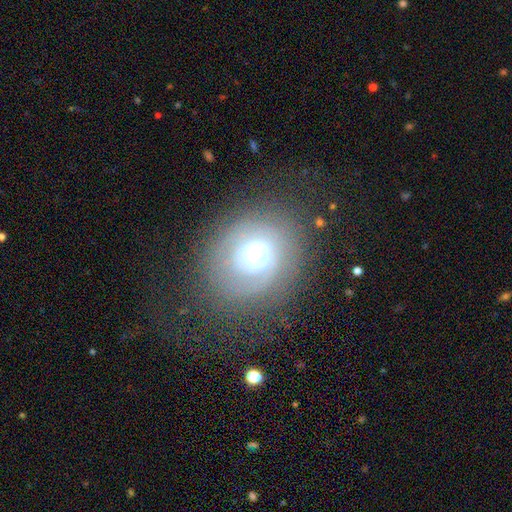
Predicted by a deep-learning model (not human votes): smooth_or_featured: featured or disk (p=0.60) [alt: smooth p=0.28]
disk_edge_on: no (p=0.96) [alt: yes p=0.04]
bar: no (p=0.64) [alt: weak p=0.27]
has_spiral_arms: yes (p=0.71) [alt: no p=0.29]
bulge_size: moderate (p=0.48) [alt: large p=0.35]
merging: none (p=0.75) [alt: minor disturbance p=0.14]